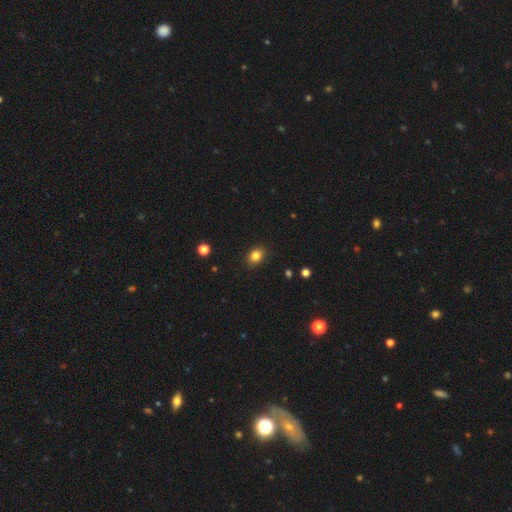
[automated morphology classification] Smooth or featured: smooth — 83% (star or artifact — 11%)
How rounded: in between — 52% (round — 47%)
Merging: none — 89% (minor disturbance — 8%)